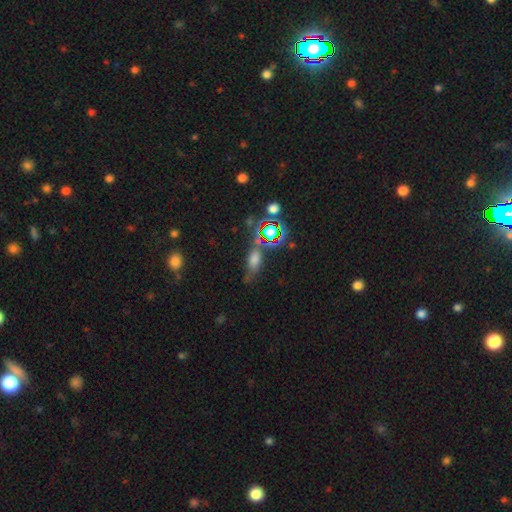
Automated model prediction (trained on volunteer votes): This appears to be a smooth galaxy with no disk features (45%). Merging: none (63%).